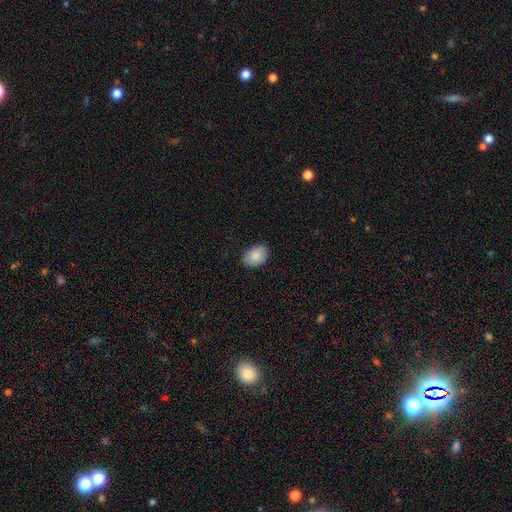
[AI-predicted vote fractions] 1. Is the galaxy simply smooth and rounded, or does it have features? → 86% smooth, 7% featured or disk, 7% star or artifact.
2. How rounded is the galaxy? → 84% in between, 15% round, 1% cigar-shaped.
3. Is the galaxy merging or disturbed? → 84% none, 13% minor disturbance, 2% major disturbance, 1% merger.